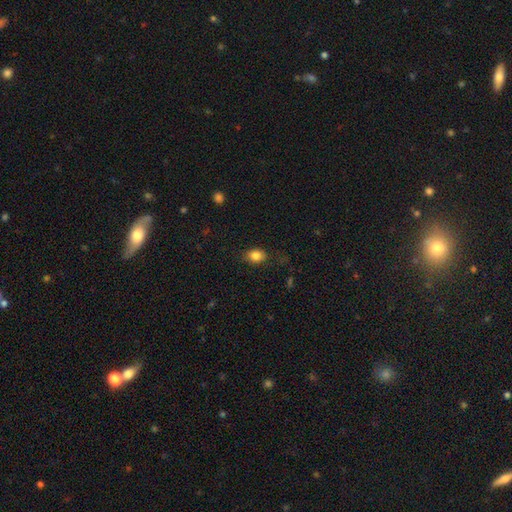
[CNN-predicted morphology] type=smooth (84%); roundness=in between (70%); merging=none (81%).